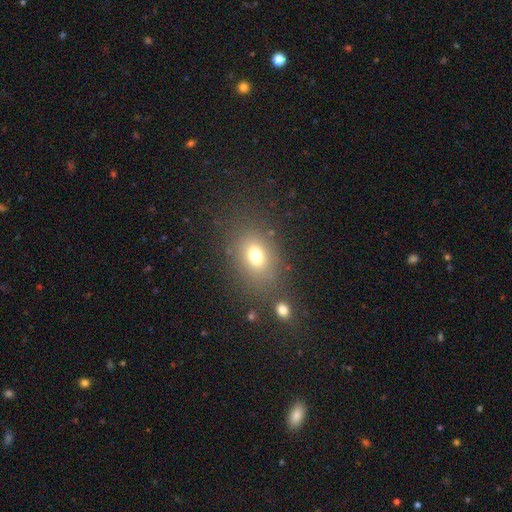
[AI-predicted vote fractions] smooth 73%, star or artifact 15%, featured or disk 13%. Down the decision tree: how rounded — in between (67%); merging — none (76%).